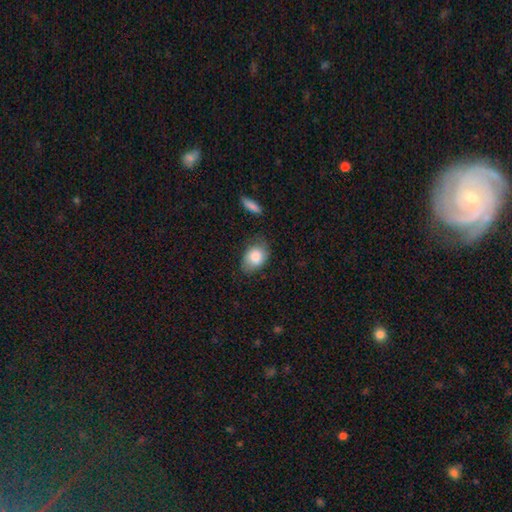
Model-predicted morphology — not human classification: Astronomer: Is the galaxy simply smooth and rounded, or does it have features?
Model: smooth — 81%.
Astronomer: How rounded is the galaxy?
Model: in between — 76%.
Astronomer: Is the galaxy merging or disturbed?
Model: none — 69%.